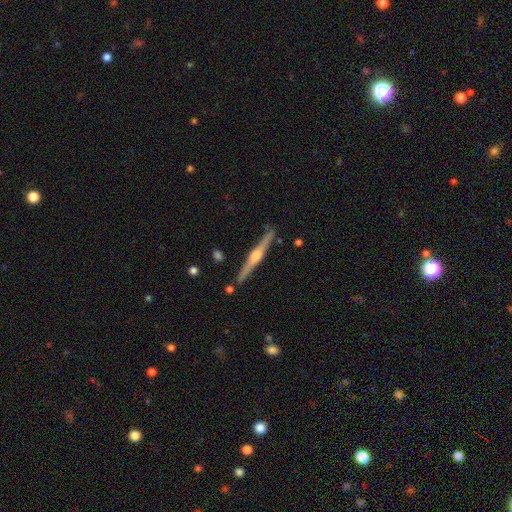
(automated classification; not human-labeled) Smooth or featured? Predicted: featured or disk (p=0.83). Edge-on disk? Predicted: yes (p=0.98). Edge-on bulge? Predicted: rounded (p=0.87). Merging? Predicted: none (p=0.90).